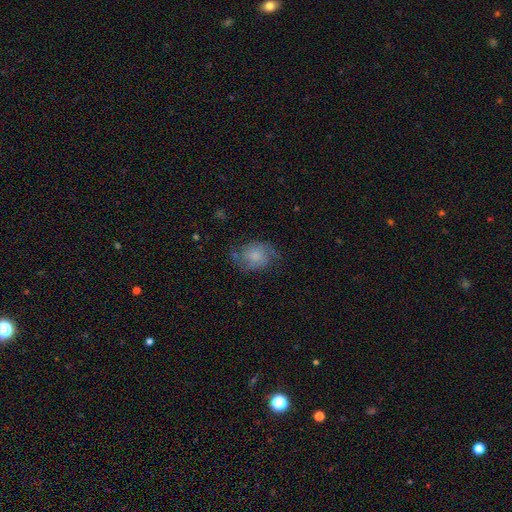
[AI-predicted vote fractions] smooth-or-featured: smooth: 52% | featured or disk: 39% | star or artifact: 9%
  how-rounded: in between: 57% | round: 42% | cigar-shaped: 1%
  merging: none: 57% | minor disturbance: 27% | major disturbance: 14% | merger: 2%